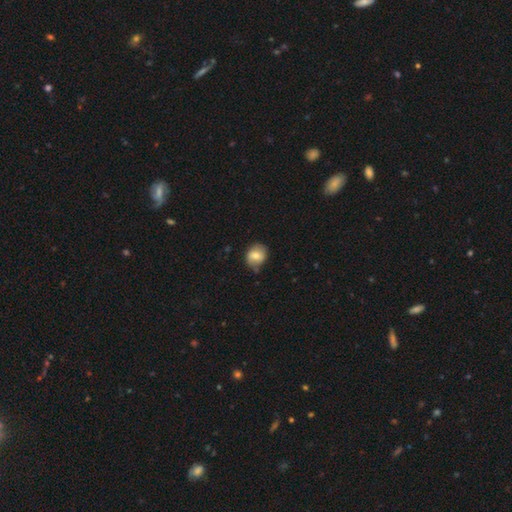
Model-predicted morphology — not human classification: type=smooth (70%); roundness=round (62%); merging=none (66%).